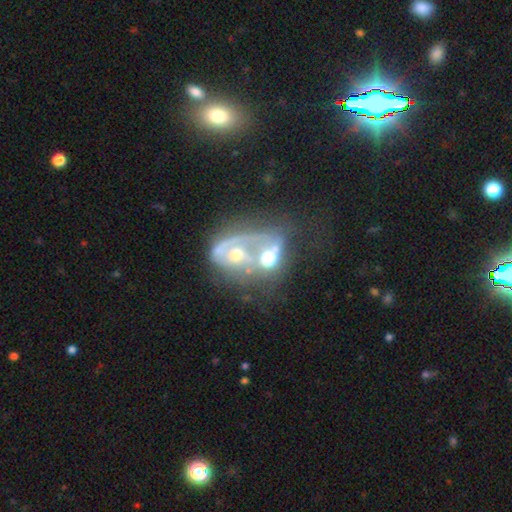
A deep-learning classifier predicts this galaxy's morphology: This appears to be a featured or disk galaxy (59%) with no bar (78%), no spiral arms (55%) and a moderate central bulge (60%). Merging: merger (70%).